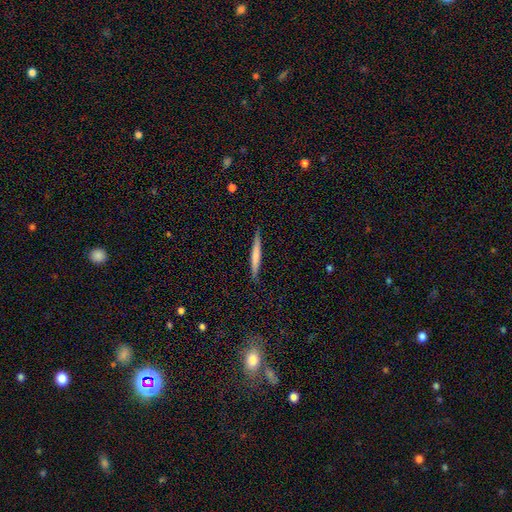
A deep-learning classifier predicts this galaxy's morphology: Q: Smooth or featured?
A: smooth (60%); runner-up: featured or disk (34%)
Q: How rounded?
A: cigar-shaped (96%); runner-up: in between (3%)
Q: Merging?
A: none (88%); runner-up: minor disturbance (9%)